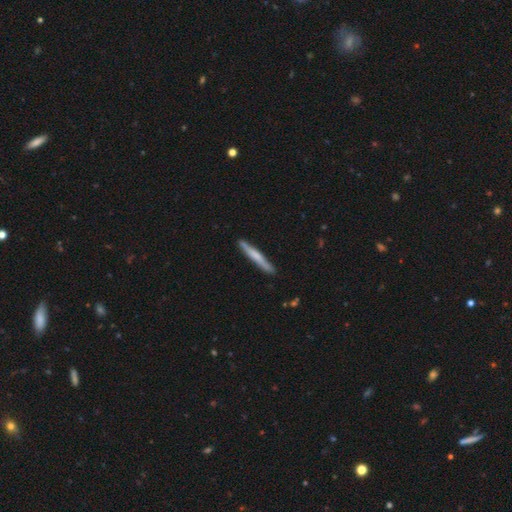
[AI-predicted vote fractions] This is possibly a smooth galaxy (55%). How rounded: clearly cigar-shaped (96%). Merging: clearly none (86%).